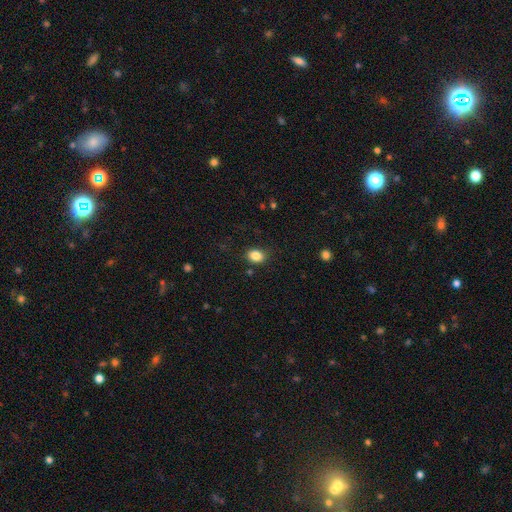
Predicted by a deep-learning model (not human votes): Smooth or featured? smooth (85%)
How rounded? in between (64%)
Merging? none (82%)